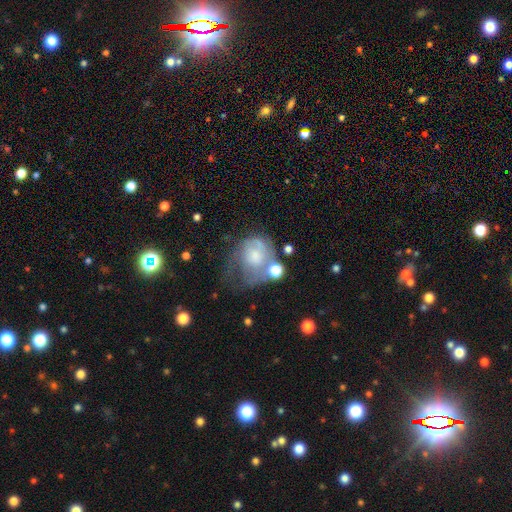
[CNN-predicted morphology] A featured or disk galaxy (49%).

Vote fractions:
- Smooth or featured? featured or disk: 49% / smooth: 41% / star or artifact: 10%
- Merging? major disturbance: 40% / none: 25% / minor disturbance: 23% / merger: 12%